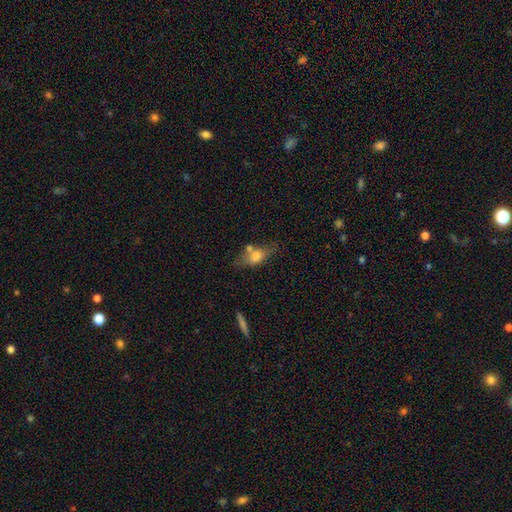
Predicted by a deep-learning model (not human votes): smooth-or-featured: smooth: 64% | featured or disk: 28% | star or artifact: 8%
  how-rounded: in between: 74% | cigar-shaped: 15% | round: 11%
  merging: none: 51% | merger: 22% | minor disturbance: 19% | major disturbance: 8%